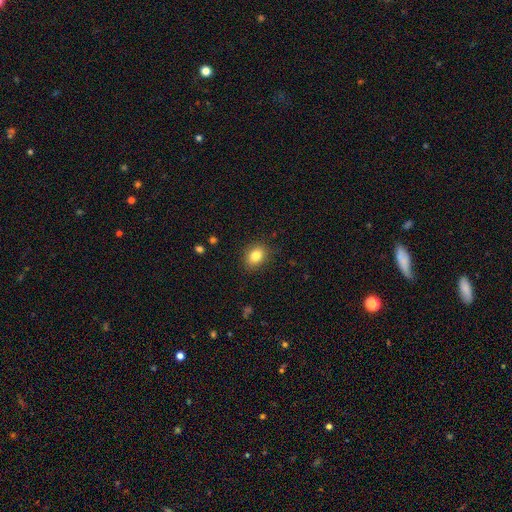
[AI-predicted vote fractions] smooth 83%, star or artifact 10%, featured or disk 7%. Down the decision tree: how rounded — in between (58%); merging — none (86%).